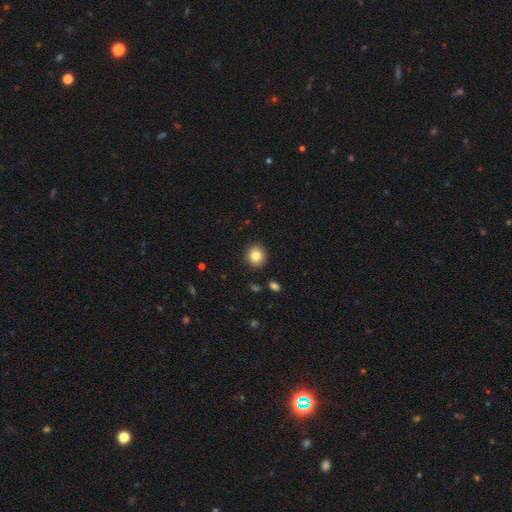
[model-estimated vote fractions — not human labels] smooth_or_featured: smooth (p=0.84) [alt: star or artifact p=0.10]
how_rounded: round (p=0.88) [alt: in between p=0.11]
merging: none (p=0.91) [alt: minor disturbance p=0.06]